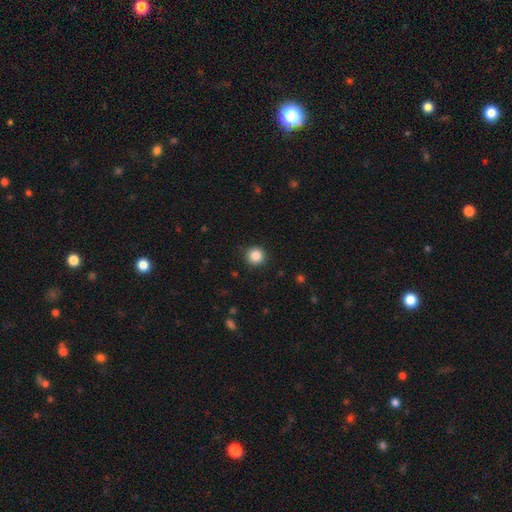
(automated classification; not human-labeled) A smooth galaxy with no disk features (86%) that is round (95%).

Vote fractions:
- Smooth or featured? smooth: 86% / star or artifact: 10% / featured or disk: 4%
- How rounded? round: 95% / in between: 4% / cigar-shaped: 1%
- Merging? none: 91% / minor disturbance: 6% / major disturbance: 2% / merger: 1%